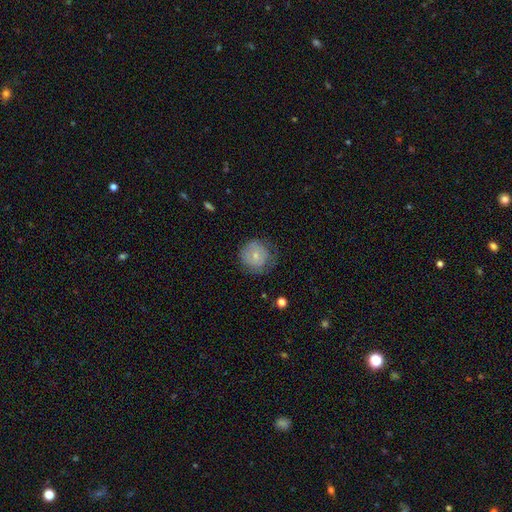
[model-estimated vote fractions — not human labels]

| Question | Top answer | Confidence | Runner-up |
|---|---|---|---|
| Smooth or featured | smooth | 66% | featured or disk (26%) |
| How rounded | round | 91% | in between (8%) |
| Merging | none | 65% | minor disturbance (24%) |